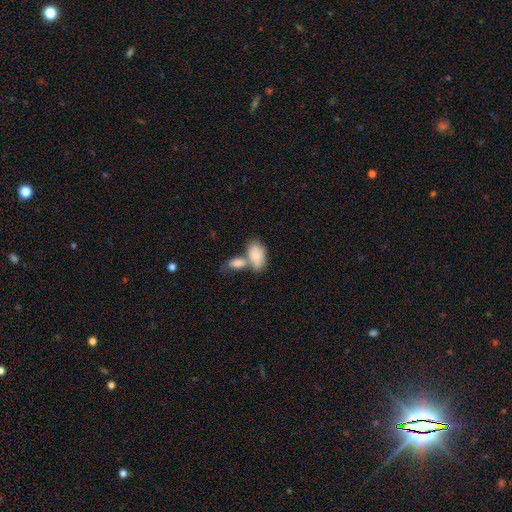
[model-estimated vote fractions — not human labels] A smooth galaxy with no disk features (80%) that is in between round and cigar-shaped (93%). Merging: merger (58%).